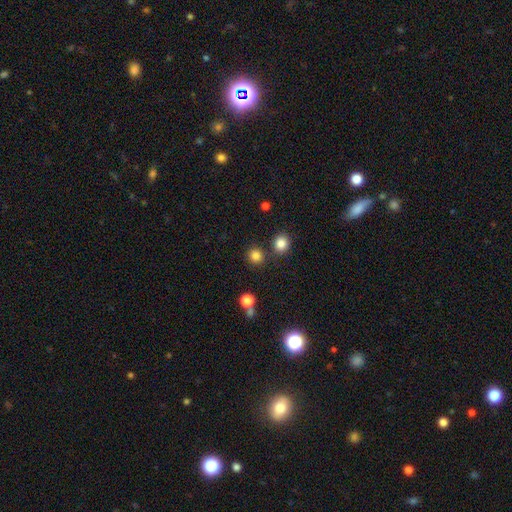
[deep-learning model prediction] smooth 82%, star or artifact 13%, featured or disk 4%. Down the decision tree: how rounded — round (91%); merging — none (82%).